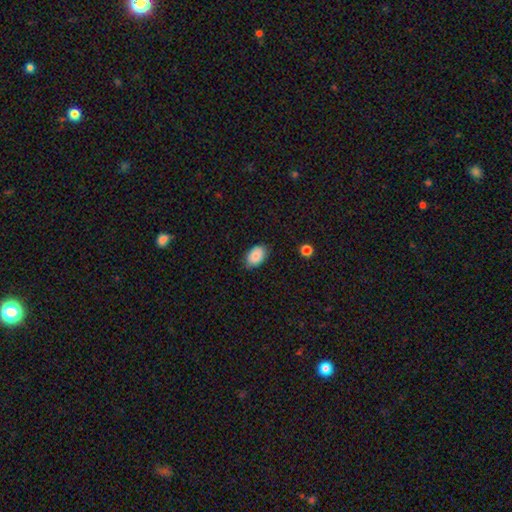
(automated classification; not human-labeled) A smooth galaxy with no disk features (86%) that is in between round and cigar-shaped (88%). Merging: none (81%).